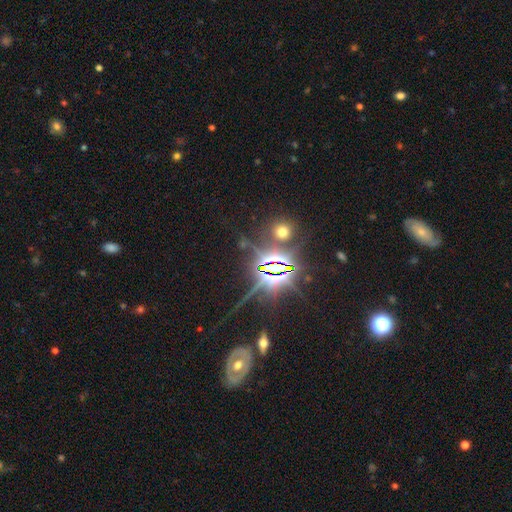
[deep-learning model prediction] Q: Smooth or featured?
A: star or artifact (78%); runner-up: featured or disk (13%)